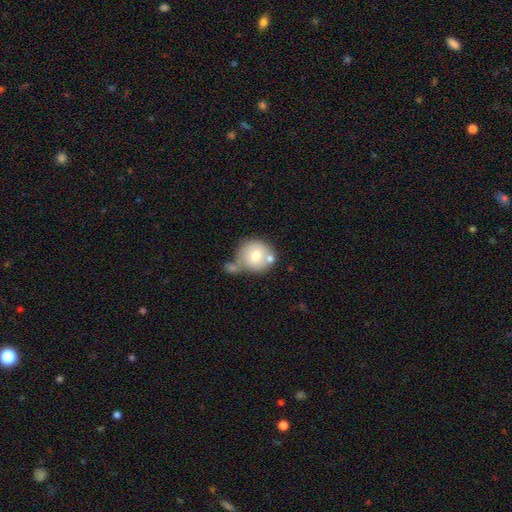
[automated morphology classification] type=smooth (69%); roundness=round (88%); merging=none (42%).